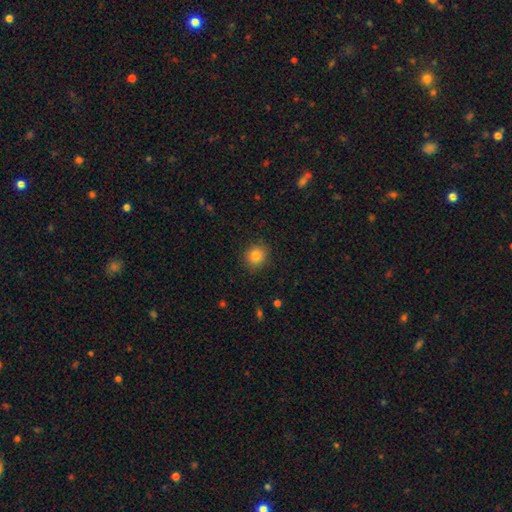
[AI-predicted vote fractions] smooth_or_featured: smooth (p=0.83) [alt: star or artifact p=0.11]
how_rounded: round (p=0.85) [alt: in between p=0.14]
merging: none (p=0.89) [alt: minor disturbance p=0.08]